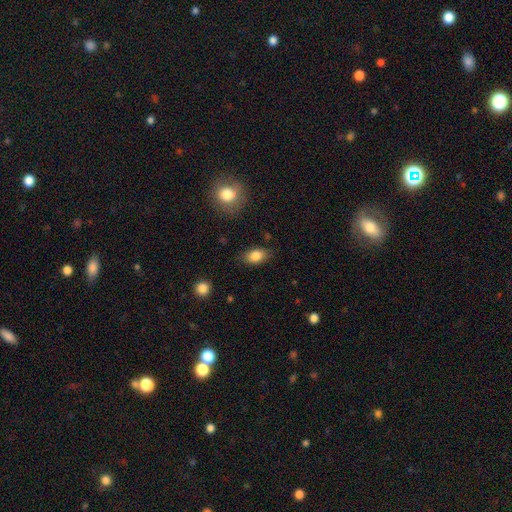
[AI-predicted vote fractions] Smooth or featured?
  - smooth: 84% *
  - star or artifact: 8%
  - featured or disk: 8%
How rounded?
  - in between: 86% *
  - round: 12%
  - cigar-shaped: 2%
Merging?
  - none: 83% *
  - minor disturbance: 12%
  - major disturbance: 3%
  - merger: 2%